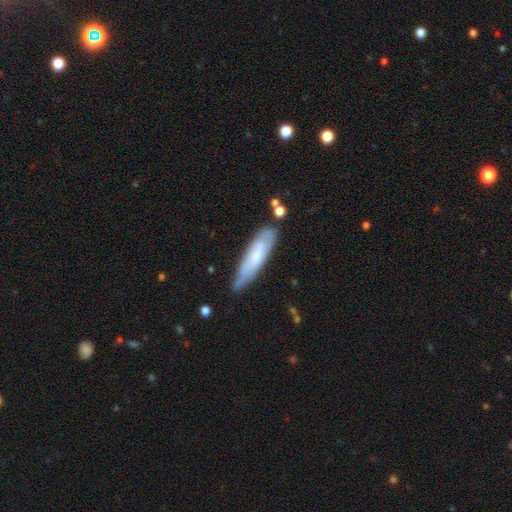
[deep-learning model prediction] Overall: smooth (64%; featured or disk 30%). How rounded: cigar-shaped (72%). Merging: none (65%; minor disturbance 26%).